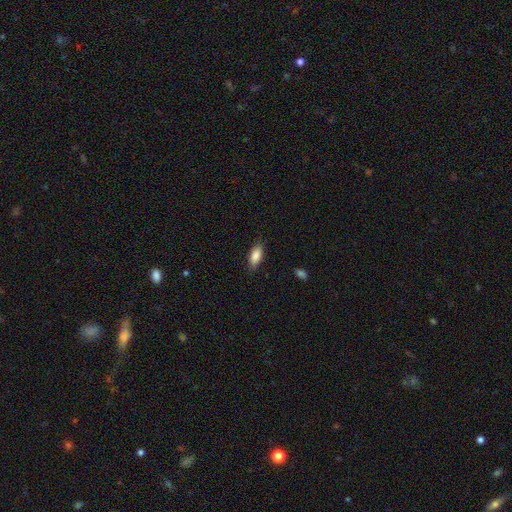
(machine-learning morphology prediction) Smooth or featured? smooth (86%)
How rounded? in between (87%)
Merging? none (84%)